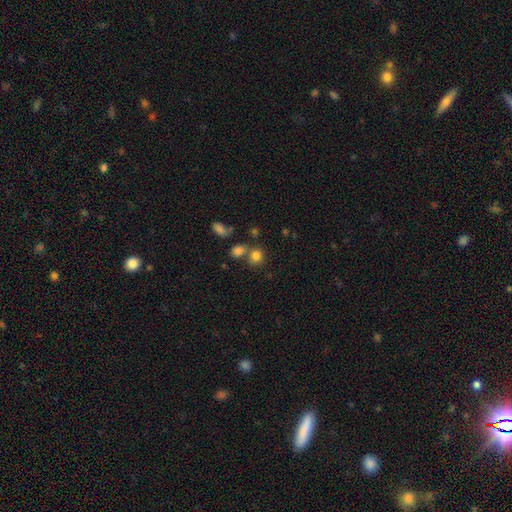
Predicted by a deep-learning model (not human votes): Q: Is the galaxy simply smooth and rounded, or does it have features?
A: smooth — 80%.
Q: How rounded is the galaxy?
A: round — 72%.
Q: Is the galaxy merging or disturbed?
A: none — 56%.